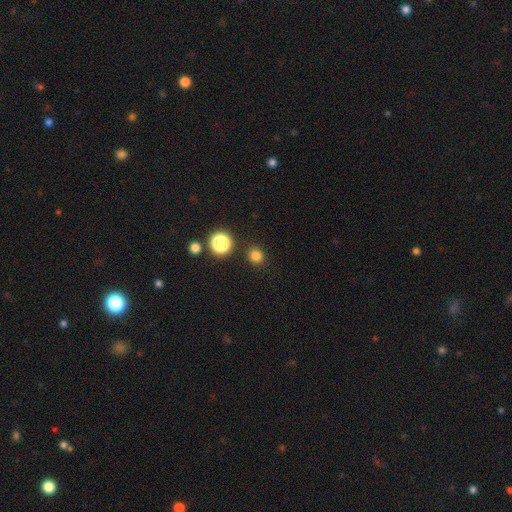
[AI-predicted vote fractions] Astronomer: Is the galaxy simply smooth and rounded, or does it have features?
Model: smooth — 79%.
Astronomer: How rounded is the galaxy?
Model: round — 92%.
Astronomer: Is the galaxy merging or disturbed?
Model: none — 90%.